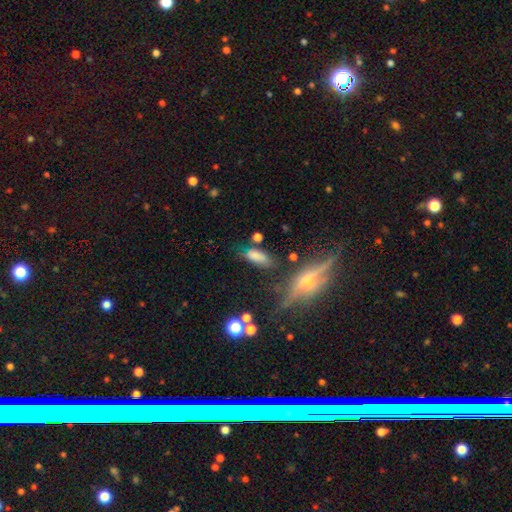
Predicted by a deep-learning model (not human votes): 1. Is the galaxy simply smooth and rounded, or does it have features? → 72% smooth, 16% featured or disk, 11% star or artifact.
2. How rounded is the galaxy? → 75% in between, 21% cigar-shaped, 4% round.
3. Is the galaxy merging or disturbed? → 57% none, 24% minor disturbance, 10% major disturbance, 8% merger.